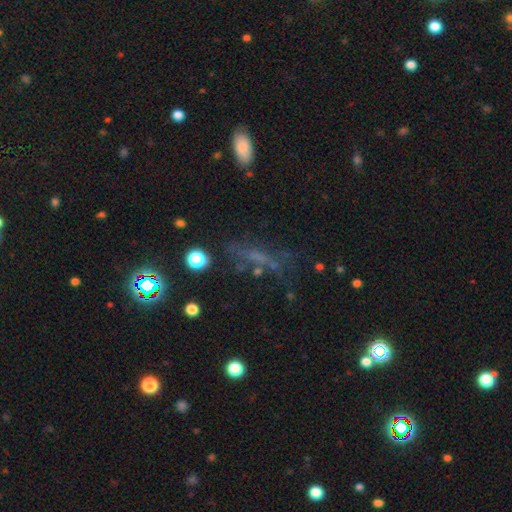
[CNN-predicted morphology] Smooth or featured?
  - smooth: 37% *
  - star or artifact: 32%
  - featured or disk: 31%
Merging?
  - none: 57% *
  - minor disturbance: 20%
  - major disturbance: 17%
  - merger: 6%